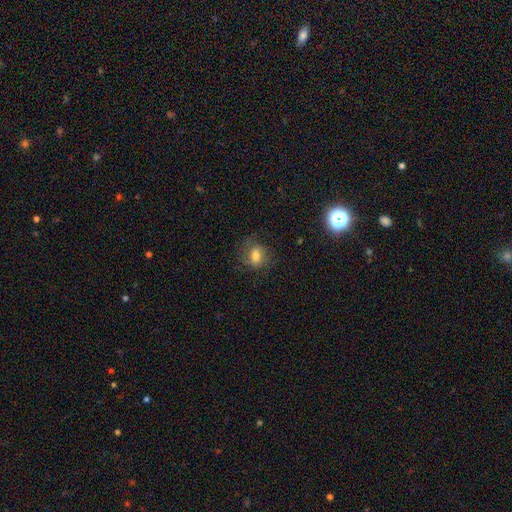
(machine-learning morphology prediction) A smooth galaxy with no disk features (63%) that is round (54%). Merging: none (66%).